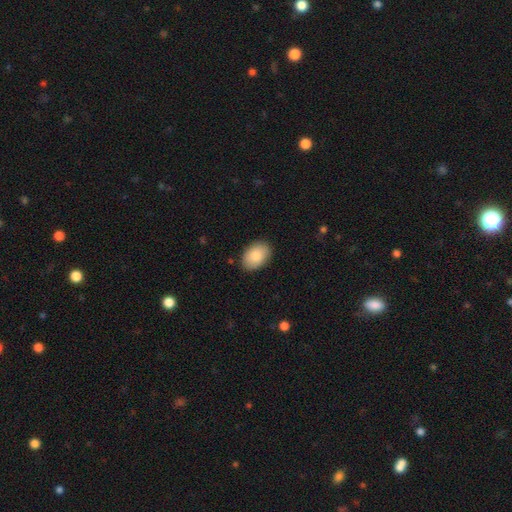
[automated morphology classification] smooth_or_featured: smooth (p=0.87) [alt: featured or disk p=0.07]
how_rounded: in between (p=0.87) [alt: round p=0.12]
merging: none (p=0.87) [alt: minor disturbance p=0.09]